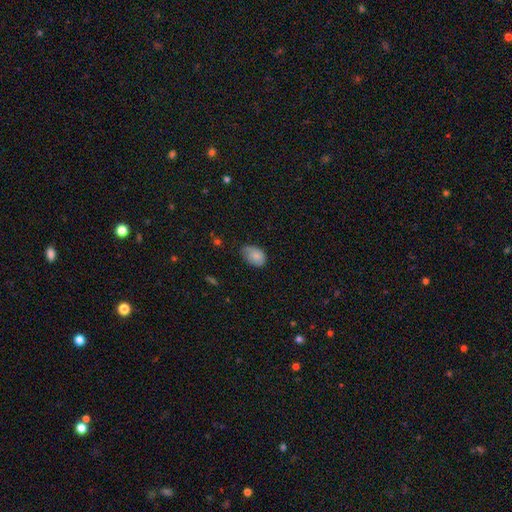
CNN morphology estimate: Q: Smooth or featured?
A: smooth (83%); runner-up: featured or disk (9%)
Q: How rounded?
A: in between (82%); runner-up: round (17%)
Q: Merging?
A: none (55%); runner-up: minor disturbance (37%)